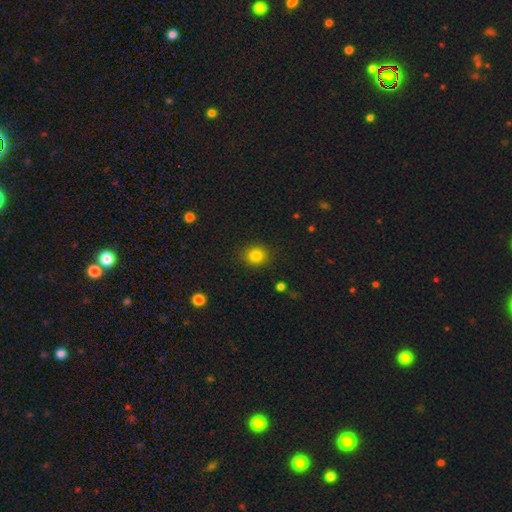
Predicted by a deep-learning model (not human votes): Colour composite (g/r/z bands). It shows a smooth galaxy with no disk features (82%) that is round (77%). Merging: none (89%).